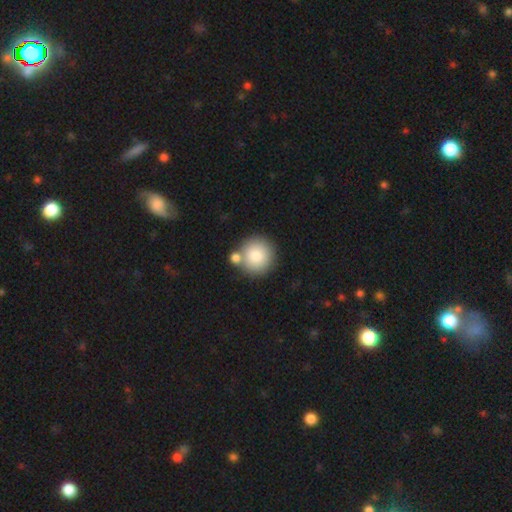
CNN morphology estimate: smooth 84%, featured or disk 8%, star or artifact 8%. Down the decision tree: how rounded — round (94%); merging — none (65%).